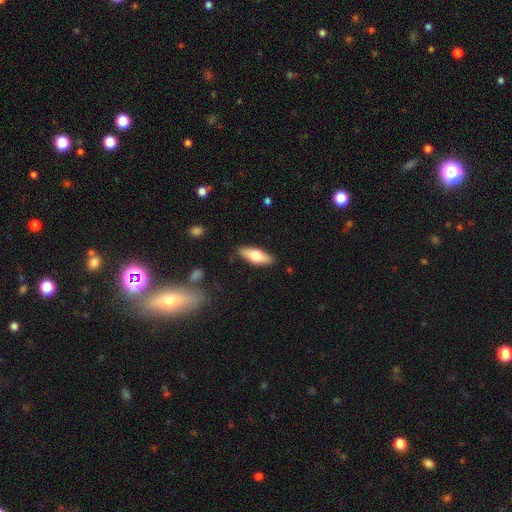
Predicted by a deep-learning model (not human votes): Q: Smooth or featured?
A: smooth (63%); runner-up: featured or disk (31%)
Q: How rounded?
A: in between (62%); runner-up: cigar-shaped (36%)
Q: Merging?
A: none (86%); runner-up: minor disturbance (10%)